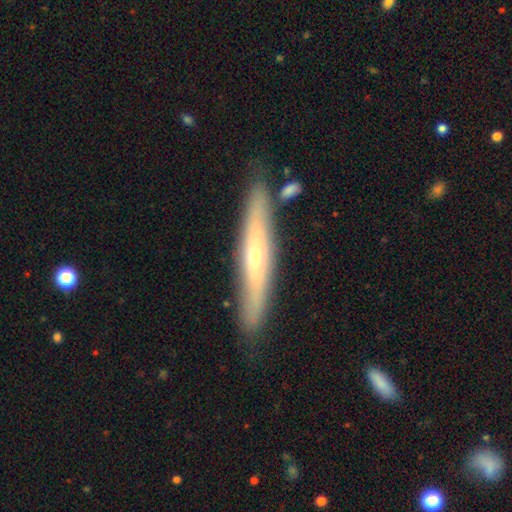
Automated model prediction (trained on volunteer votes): This appears to be a featured or disk galaxy (59%) viewed edge-on (82%). Merging: none (84%).